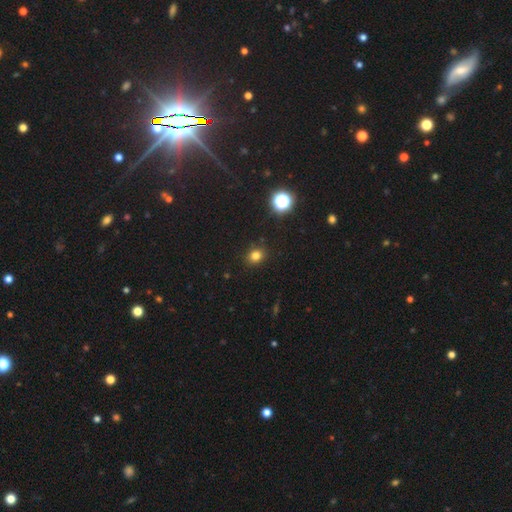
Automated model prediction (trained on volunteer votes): Q: Smooth or featured?
A: smooth (79%); runner-up: star or artifact (16%)
Q: How rounded?
A: round (68%); runner-up: in between (31%)
Q: Merging?
A: none (89%); runner-up: minor disturbance (8%)